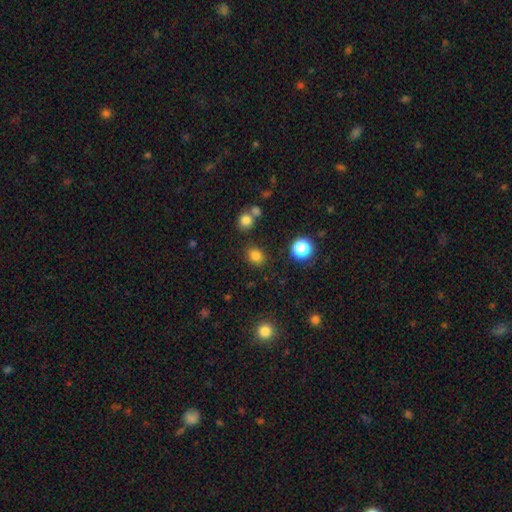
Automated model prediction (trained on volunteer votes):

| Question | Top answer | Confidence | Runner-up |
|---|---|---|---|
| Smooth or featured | smooth | 80% | star or artifact (15%) |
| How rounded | round | 54% | in between (45%) |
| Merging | none | 82% | minor disturbance (10%) |